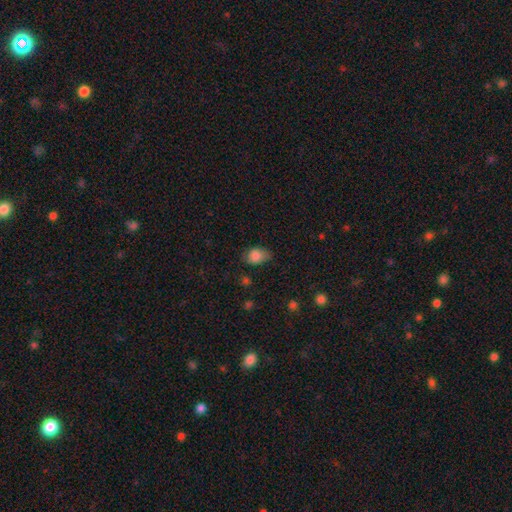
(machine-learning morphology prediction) The model was most divided on "merging": none: 58%, minor disturbance: 33%, major disturbance: 8%, merger: 2%. More confident: smooth or featured — smooth (84%); how rounded — in between (76%).